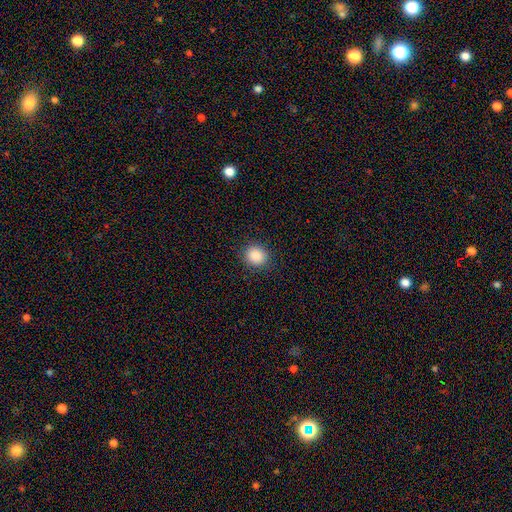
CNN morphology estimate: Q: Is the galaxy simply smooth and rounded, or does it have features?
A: smooth — 88%.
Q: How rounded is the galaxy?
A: round — 80%.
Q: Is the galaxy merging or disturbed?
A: none — 90%.